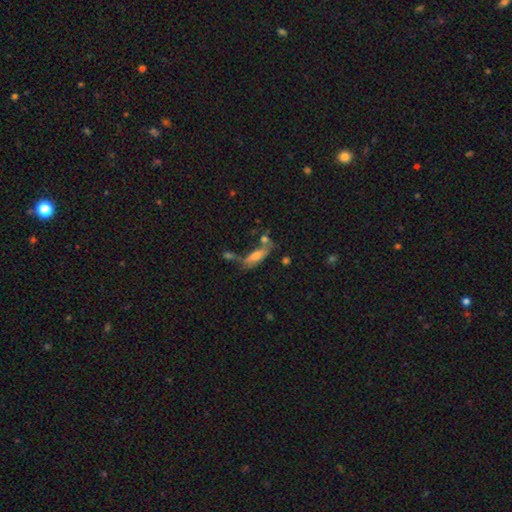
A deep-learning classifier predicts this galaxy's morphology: This appears to be a smooth galaxy with no disk features (64%) that is in between round and cigar-shaped (57%). Merging: none (51%).